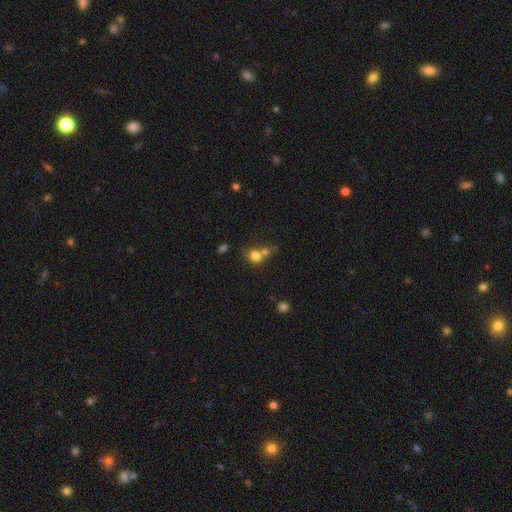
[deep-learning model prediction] smooth 76%, star or artifact 13%, featured or disk 11%. Down the decision tree: how rounded — round (71%); merging — merger (49%).